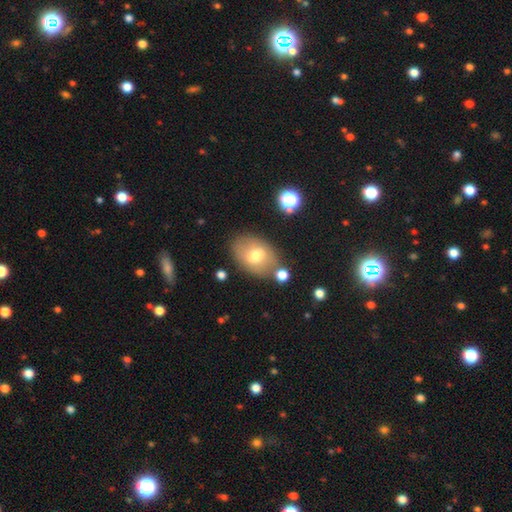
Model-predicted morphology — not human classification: Smooth or featured? smooth (63%)
How rounded? in between (79%)
Merging? none (69%)